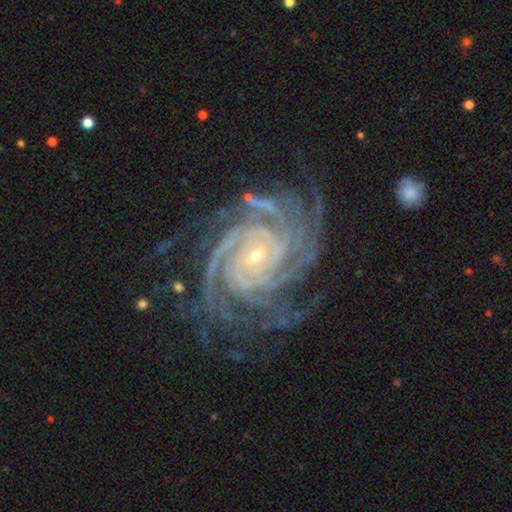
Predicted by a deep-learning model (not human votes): The model was most divided on "spiral arm count": more than 4: 29%, 4: 27%, 3: 14%, can't tell: 12%, 2: 10%, 1: 8%. More confident: spiral arms — yes (99%); edge-on disk — no (98%); smooth or featured — featured or disk (92%); bulge size — small (82%); spiral winding — tight (81%); merging — none (74%); bar — no (66%).